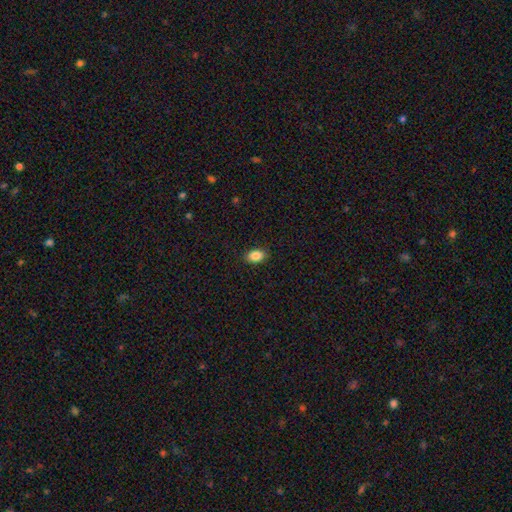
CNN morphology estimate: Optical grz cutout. It shows a smooth galaxy with no disk features (87%) that is in between round and cigar-shaped (87%). Merging: none (89%).